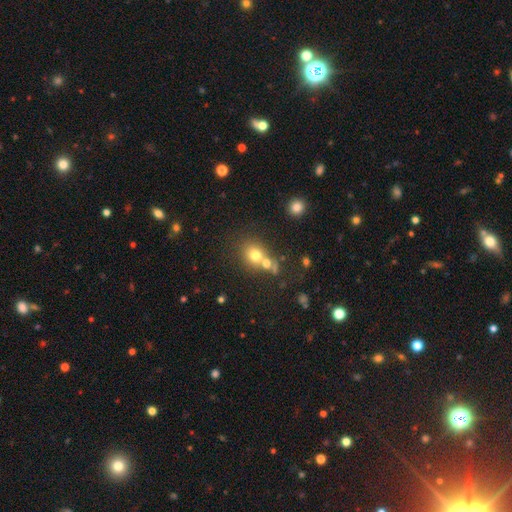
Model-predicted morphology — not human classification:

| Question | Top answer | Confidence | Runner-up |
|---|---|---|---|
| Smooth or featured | smooth | 71% | featured or disk (16%) |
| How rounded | round | 67% | in between (31%) |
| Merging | merger | 50% | none (37%) |